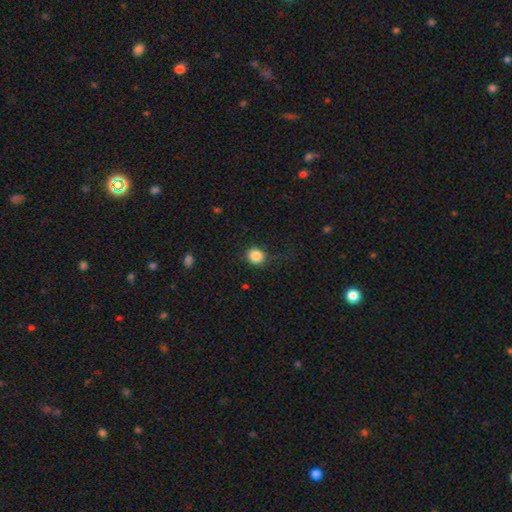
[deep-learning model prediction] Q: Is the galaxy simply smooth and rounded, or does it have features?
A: smooth — 86%.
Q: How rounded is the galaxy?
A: round — 88%.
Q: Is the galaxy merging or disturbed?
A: none — 75%.